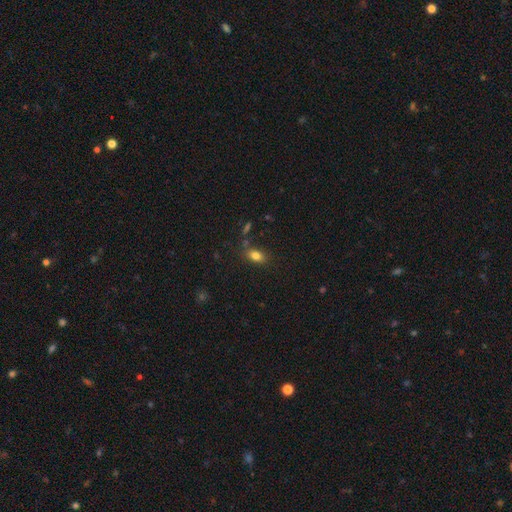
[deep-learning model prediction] Morphology: type=smooth (81%); roundness=in between (82%); merging=none (75%).